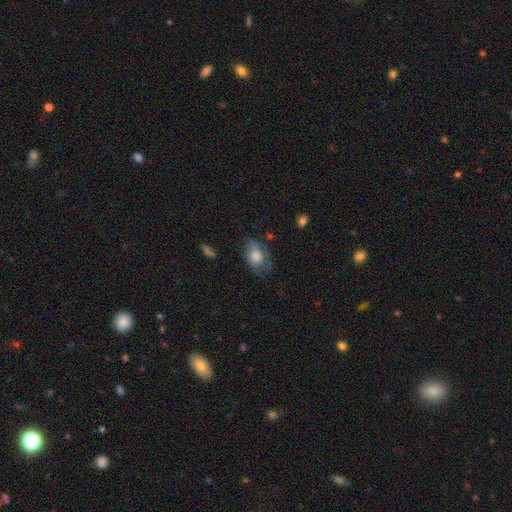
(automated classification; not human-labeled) A smooth galaxy with no disk features (67%) that is in between round and cigar-shaped (79%). Merging: none (56%).